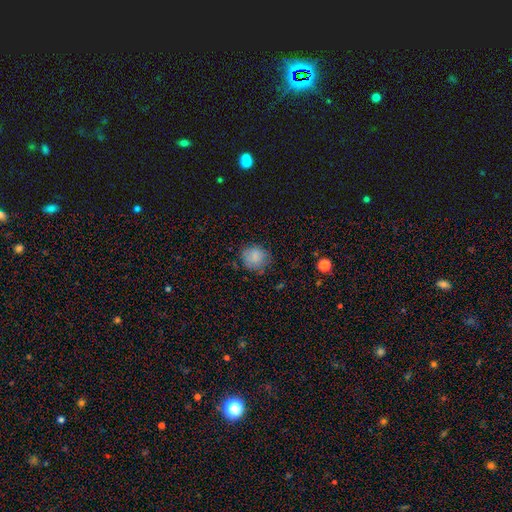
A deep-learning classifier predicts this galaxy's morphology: A smooth galaxy with no disk features (79%) that is round (79%). Merging: none (73%).